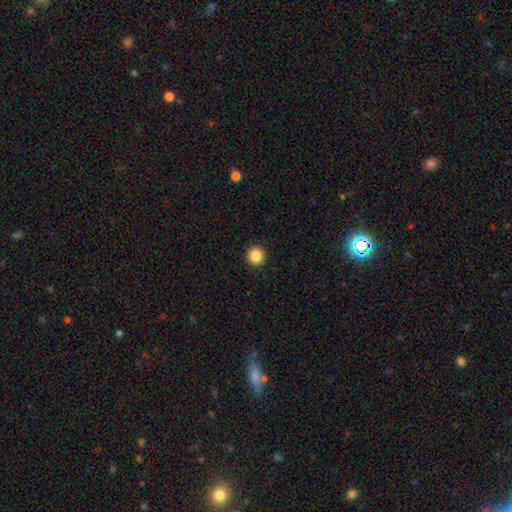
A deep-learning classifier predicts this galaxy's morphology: This is clearly a smooth galaxy (87%). How rounded: clearly round (93%). Merging: clearly none (93%).